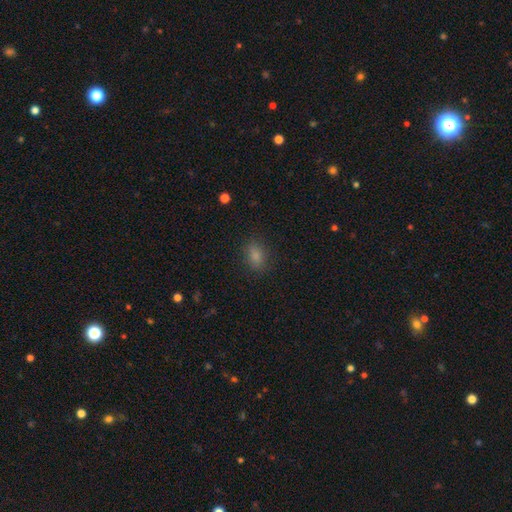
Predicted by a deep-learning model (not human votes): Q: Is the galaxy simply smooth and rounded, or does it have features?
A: smooth — 83%.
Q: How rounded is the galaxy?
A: in between — 77%.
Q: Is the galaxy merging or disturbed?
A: none — 84%.